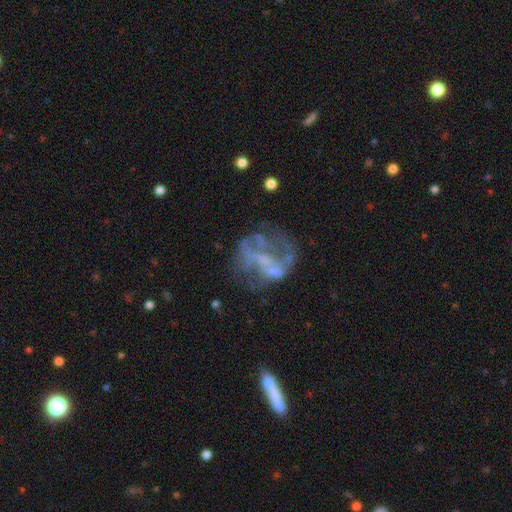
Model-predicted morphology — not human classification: type=featured or disk (68%); edge-on=no (98%); bar=no (64%); spiral arms=no (72%); bulge=none (61%); merging=none (43%).